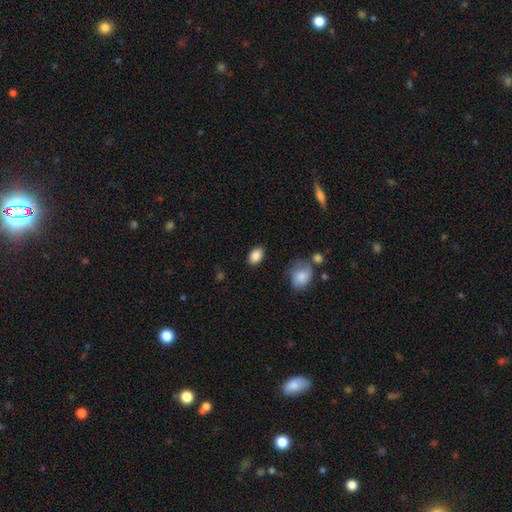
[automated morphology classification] Smooth or featured: smooth — 87% (star or artifact — 8%)
How rounded: in between — 86% (round — 12%)
Merging: none — 84% (minor disturbance — 11%)